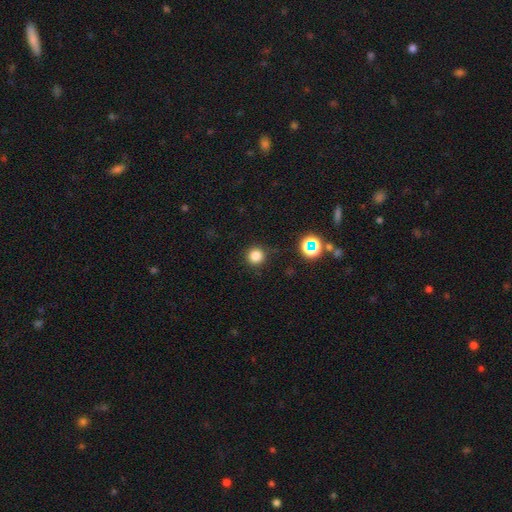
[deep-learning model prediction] This appears to be a smooth galaxy with no disk features (80%) that is round (95%). Merging: none (89%).